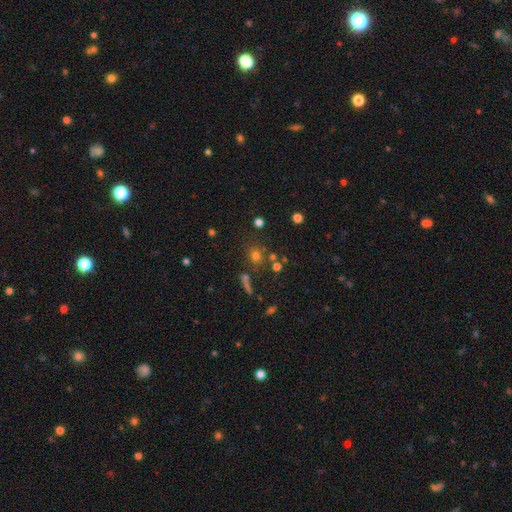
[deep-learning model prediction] smooth-or-featured: smooth: 67% | star or artifact: 22% | featured or disk: 11%
  how-rounded: round: 81% | in between: 17% | cigar-shaped: 2%
  merging: none: 70% | merger: 14% | minor disturbance: 10% | major disturbance: 5%